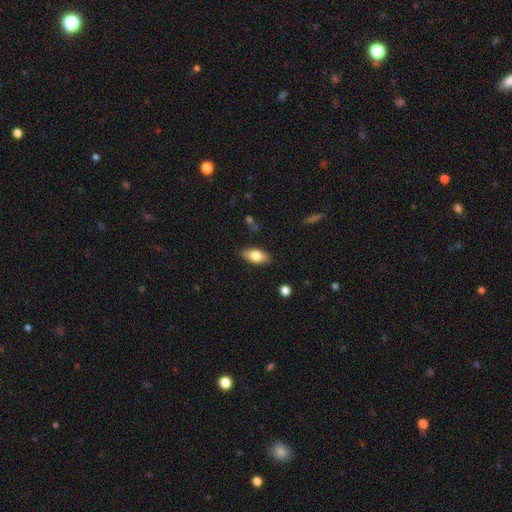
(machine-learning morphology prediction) type=smooth (76%); roundness=in between (88%); merging=none (87%).